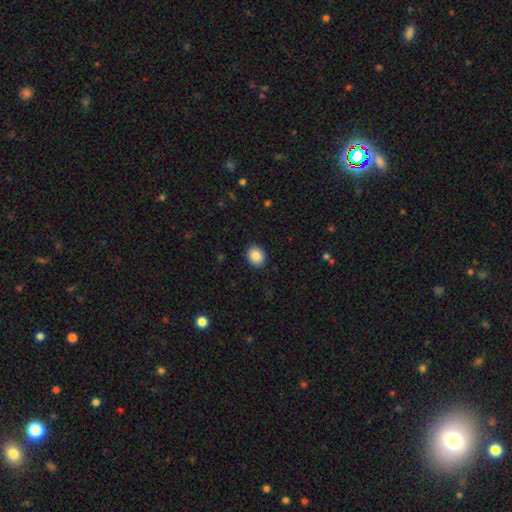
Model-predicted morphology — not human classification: A smooth galaxy with no disk features (87%) that is round (57%).

Vote fractions:
- Smooth or featured? smooth: 87% / star or artifact: 8% / featured or disk: 4%
- How rounded? round: 57% / in between: 42% / cigar-shaped: 1%
- Merging? none: 90% / minor disturbance: 7% / major disturbance: 2% / merger: 1%